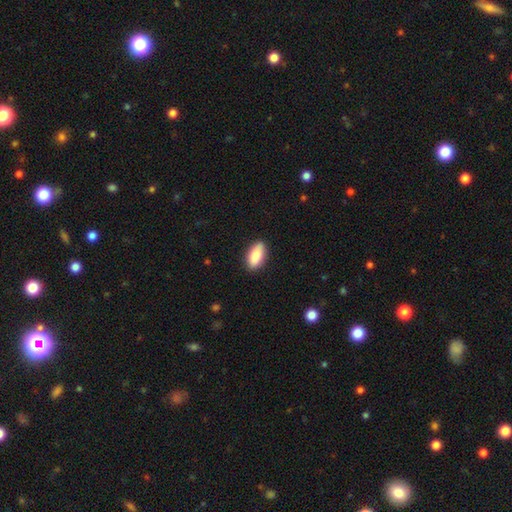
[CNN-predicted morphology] Smooth or featured?
  - smooth: 86% *
  - featured or disk: 8%
  - star or artifact: 6%
How rounded?
  - in between: 87% *
  - cigar-shaped: 10%
  - round: 3%
Merging?
  - none: 87% *
  - minor disturbance: 10%
  - major disturbance: 2%
  - merger: 1%